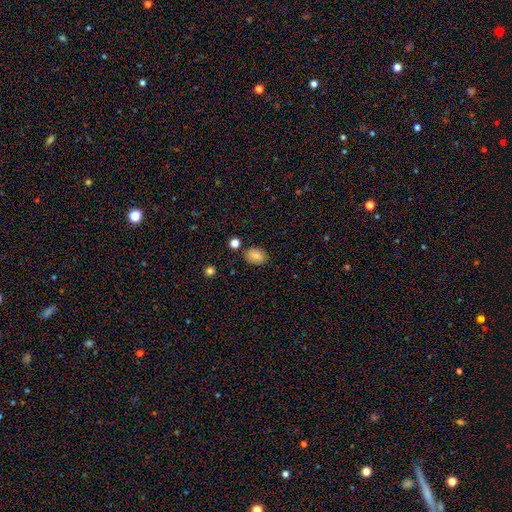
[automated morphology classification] A smooth galaxy with no disk features (83%) that is in between round and cigar-shaped (62%). Merging: none (81%).